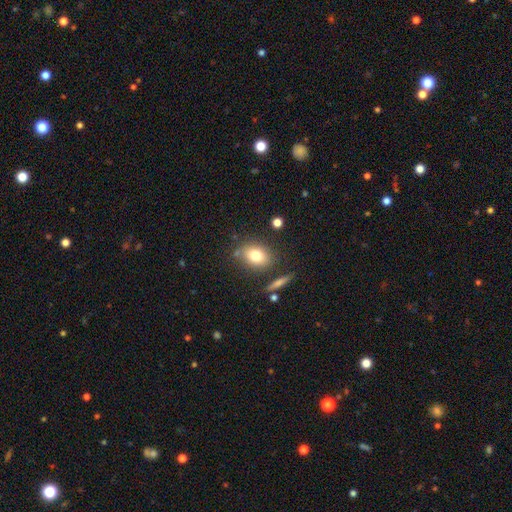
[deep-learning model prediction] Overall: smooth (77%). How rounded: in between (67%; round 30%). Merging: none (75%).